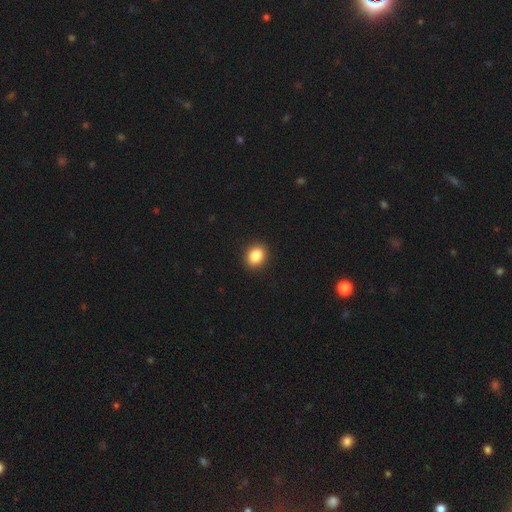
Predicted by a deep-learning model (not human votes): The model was most divided on "how rounded": round: 52%, in between: 47%, cigar-shaped: 1%. More confident: merging — none (92%); smooth or featured — smooth (87%).